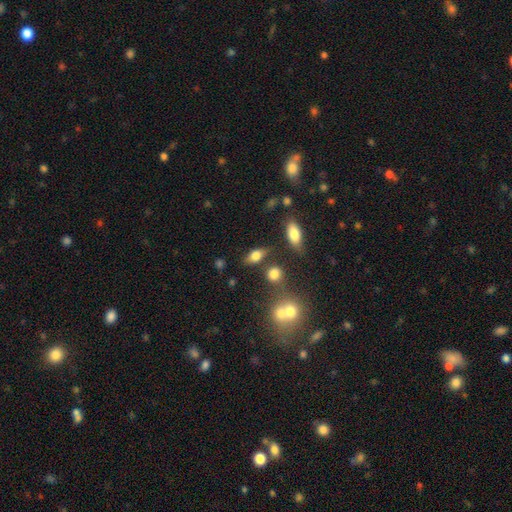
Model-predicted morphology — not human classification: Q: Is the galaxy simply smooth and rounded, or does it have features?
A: smooth — 70%.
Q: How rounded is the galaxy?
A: in between — 75%.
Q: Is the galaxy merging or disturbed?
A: none — 70%.